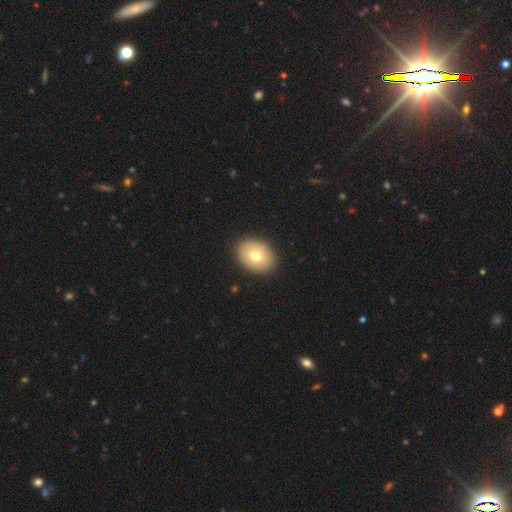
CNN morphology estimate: Smooth or featured: smooth — 74% (featured or disk — 18%)
How rounded: in between — 65% (round — 34%)
Merging: none — 89% (minor disturbance — 8%)